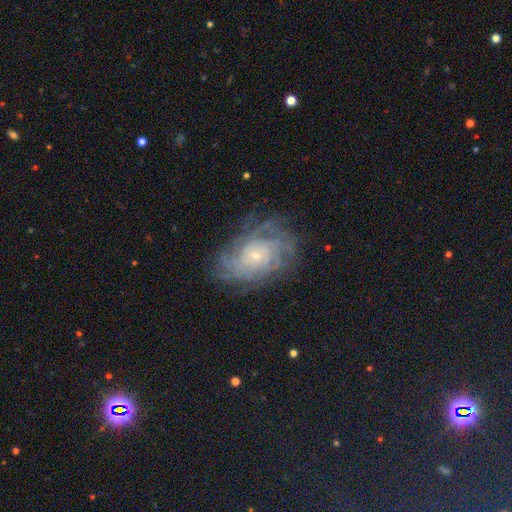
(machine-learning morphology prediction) type=featured or disk (83%); edge-on=no (96%); bar=no (80%); spiral arms=yes (95%); winding=tight (73%); arm count=can't tell (36%); bulge=small (78%); merging=none (76%).